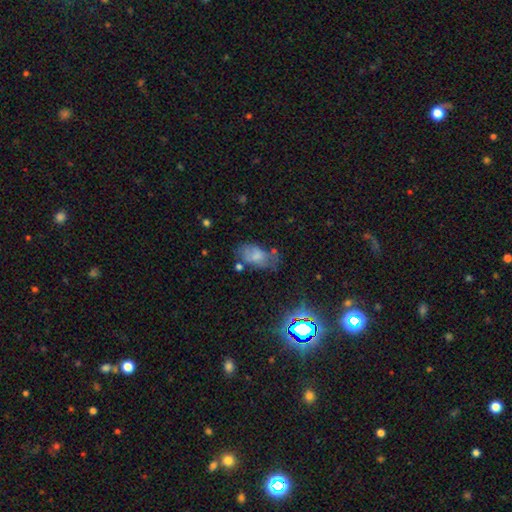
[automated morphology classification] This is likely a smooth galaxy (61%). How rounded: clearly in between (90%). Merging: marginally none (41%).